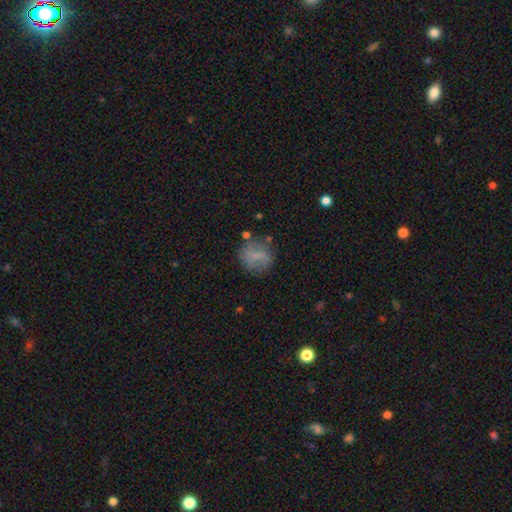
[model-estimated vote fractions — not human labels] Smooth or featured: smooth — 68% (featured or disk — 21%)
How rounded: round — 80% (in between — 19%)
Merging: none — 71% (minor disturbance — 17%)